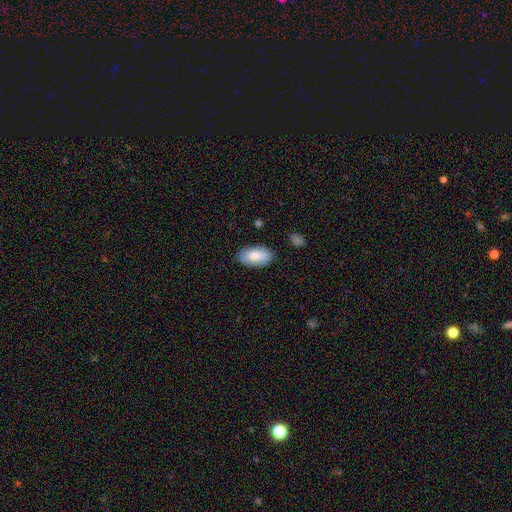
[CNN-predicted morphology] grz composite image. It shows a smooth galaxy with no disk features (77%) that is in between round and cigar-shaped (94%). Merging: none (83%).